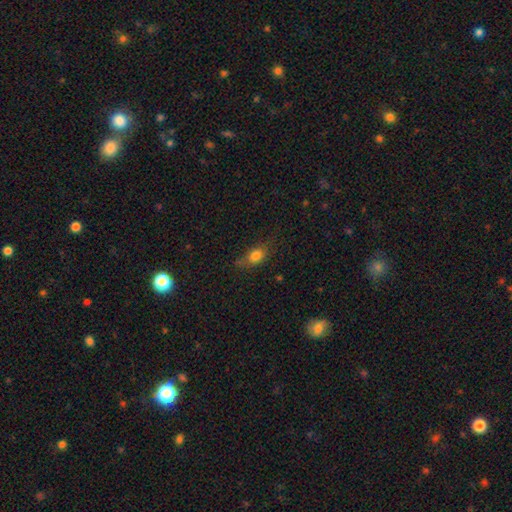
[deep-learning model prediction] A smooth galaxy with no disk features (77%) that is in between round and cigar-shaped (68%). Merging: none (59%).